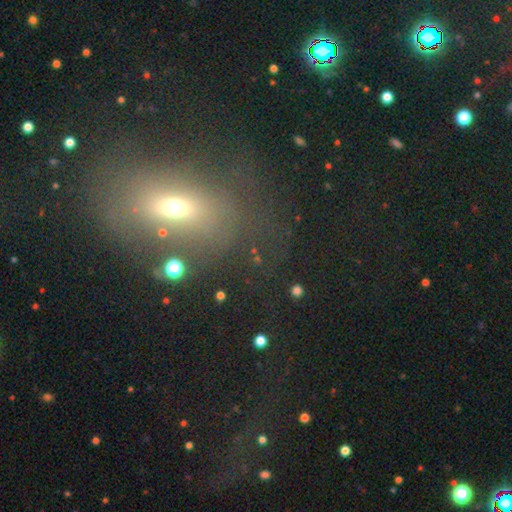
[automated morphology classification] This is possibly a smooth galaxy (46%). Merging: possibly none (58%).